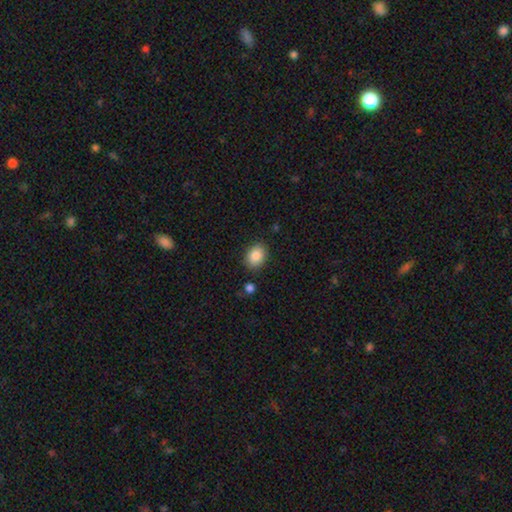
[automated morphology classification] Smooth or featured: smooth — 88% (star or artifact — 8%)
How rounded: in between — 62% (round — 37%)
Merging: none — 84% (minor disturbance — 11%)